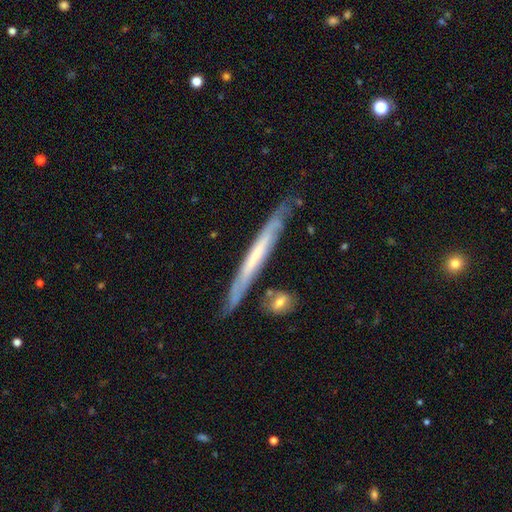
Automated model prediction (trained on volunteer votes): smooth-or-featured: featured or disk: 62% | smooth: 32% | star or artifact: 6%
  disk-edge-on: yes: 85% | no: 15%
    edge-on-bulge: none: 78% | rounded: 16% | boxy: 6%
  merging: none: 76% | minor disturbance: 16% | merger: 5% | major disturbance: 3%